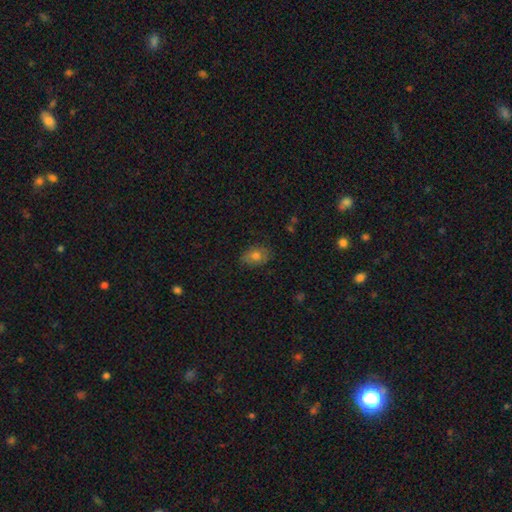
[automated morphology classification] type=smooth (74%); roundness=in between (76%); merging=none (77%).